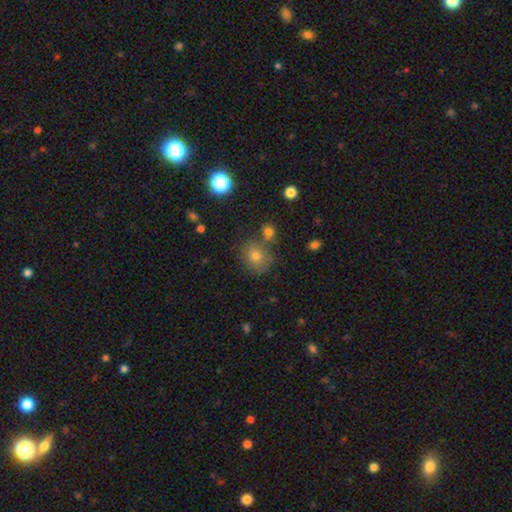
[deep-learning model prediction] Q: Smooth or featured?
A: smooth (69%); runner-up: star or artifact (18%)
Q: How rounded?
A: round (75%); runner-up: in between (24%)
Q: Merging?
A: none (70%); runner-up: merger (14%)